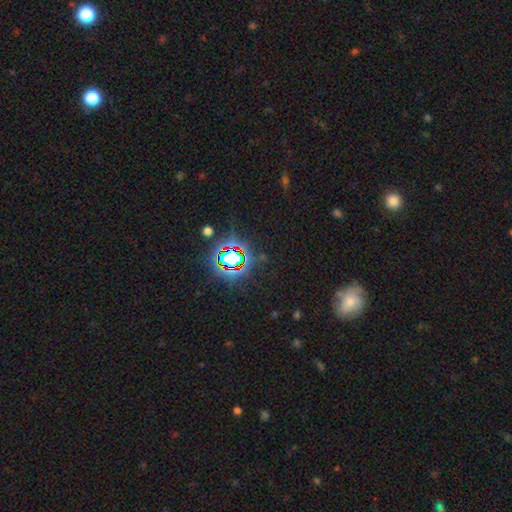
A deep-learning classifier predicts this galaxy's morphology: The model was most divided on "smooth or featured": star or artifact: 76%, smooth: 15%, featured or disk: 9%.